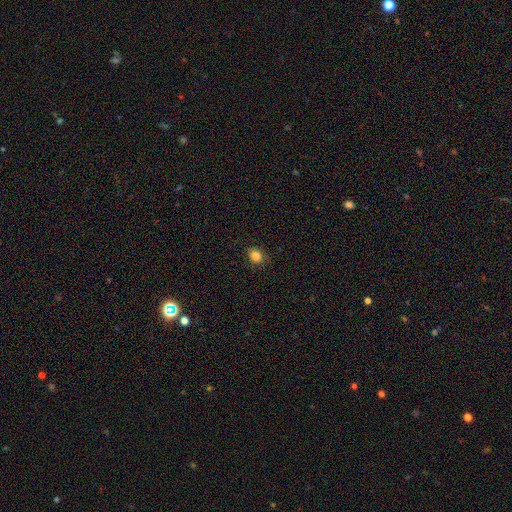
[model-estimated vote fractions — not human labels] Smooth or featured? smooth (84%)
How rounded? in between (52%)
Merging? none (85%)